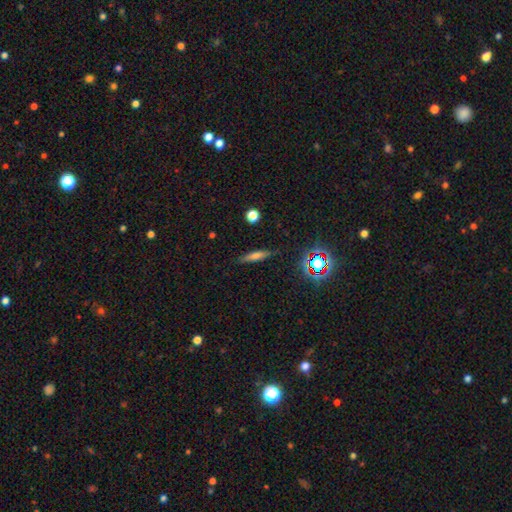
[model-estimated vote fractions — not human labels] Q: Smooth or featured?
A: smooth (52%); runner-up: featured or disk (32%)
Q: How rounded?
A: cigar-shaped (80%); runner-up: in between (16%)
Q: Merging?
A: none (86%); runner-up: minor disturbance (10%)